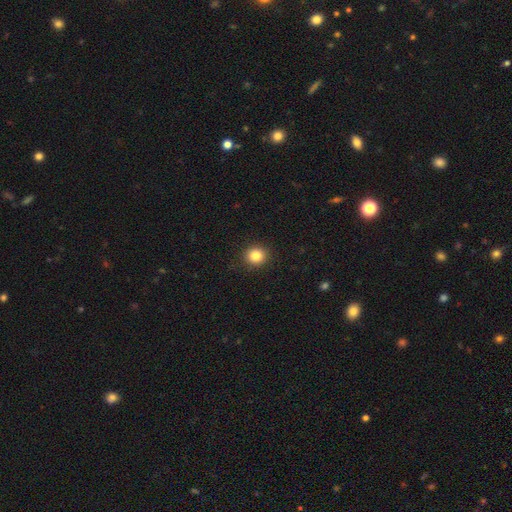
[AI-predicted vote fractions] Smooth or featured? smooth (83%)
How rounded? round (88%)
Merging? none (91%)